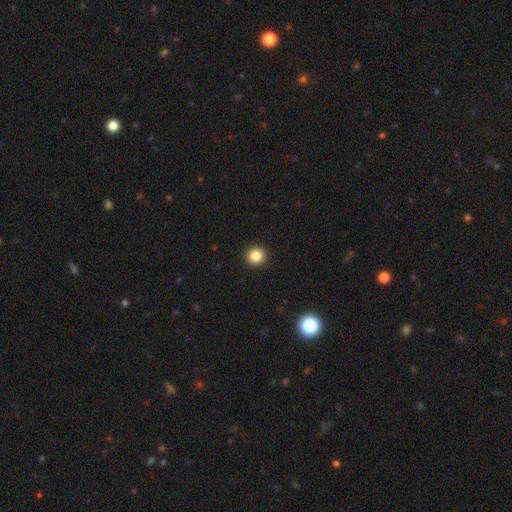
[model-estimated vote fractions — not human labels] smooth 85%, star or artifact 11%, featured or disk 4%. Down the decision tree: how rounded — round (94%); merging — none (93%).